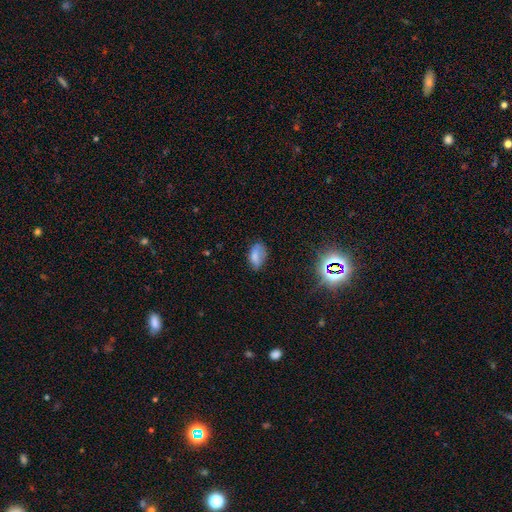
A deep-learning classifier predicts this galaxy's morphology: type=smooth (73%); roundness=in between (91%); merging=none (60%).